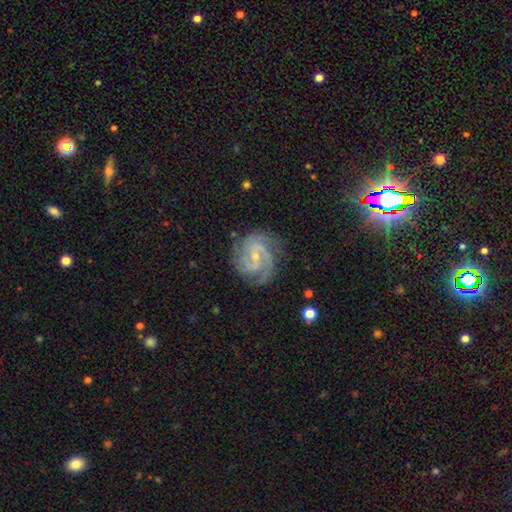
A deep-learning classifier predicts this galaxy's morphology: smooth-or-featured: featured or disk: 90% | star or artifact: 5% | smooth: 5%
  disk-edge-on: no: 98% | yes: 2%
    bar: weak: 50% | no: 34% | strong: 16%
    has-spiral-arms: yes: 98% | no: 2%
      spiral-winding: tight: 55% | medium: 39% | loose: 6%
      spiral-arm-count: 3: 41% | 2: 29% | can't tell: 11% | 4: 10% | 1: 5% | more than 4: 5%
    bulge-size: small: 74% | moderate: 21% | none: 4% | large: 1% | dominant: 1%
  merging: none: 76% | minor disturbance: 17% | major disturbance: 6% | merger: 1%